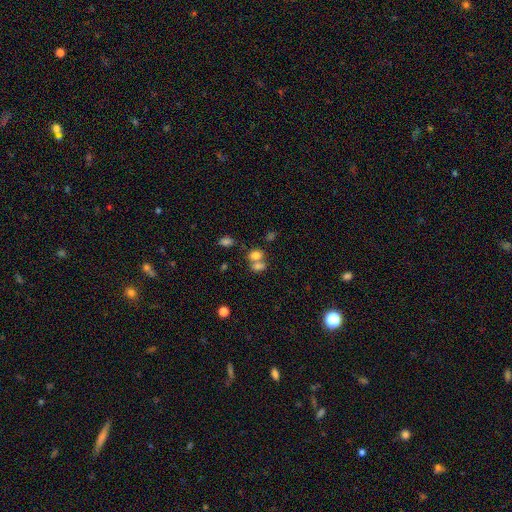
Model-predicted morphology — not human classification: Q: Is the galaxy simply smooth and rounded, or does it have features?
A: smooth — 77%.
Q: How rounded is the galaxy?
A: in between — 68%.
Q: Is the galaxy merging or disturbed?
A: merger — 52%.